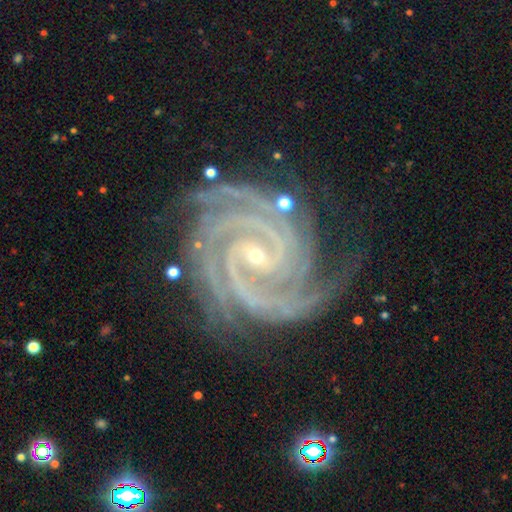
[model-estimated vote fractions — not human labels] Smooth or featured? Predicted: featured or disk (p=0.94). Edge-on disk? Predicted: no (p=0.98). Bar? Predicted: no (p=0.40). Spiral arms? Predicted: yes (p=0.99). Spiral winding? Predicted: tight (p=0.81). Spiral arm count? Predicted: 3 (p=0.27). Bulge size? Predicted: small (p=0.82). Merging? Predicted: none (p=0.73).